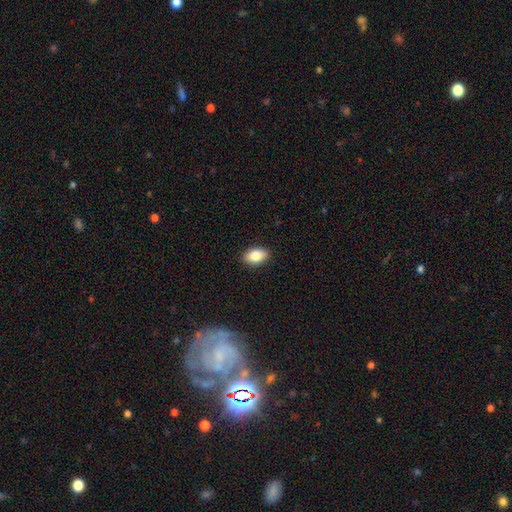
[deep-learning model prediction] smooth-or-featured: smooth: 84% | featured or disk: 8% | star or artifact: 7%
  how-rounded: in between: 90% | round: 8% | cigar-shaped: 2%
  merging: none: 89% | minor disturbance: 8% | major disturbance: 2% | merger: 1%